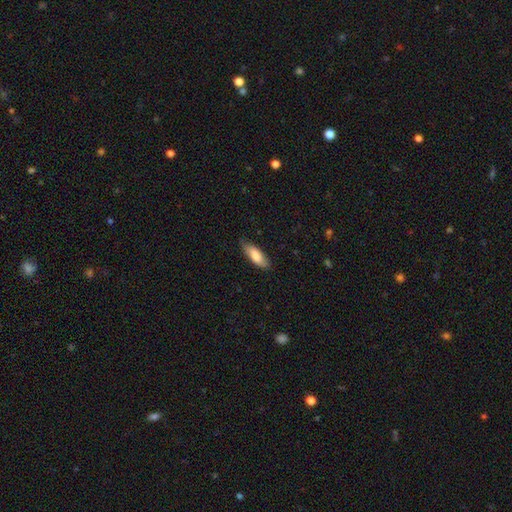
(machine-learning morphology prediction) This appears to be a smooth galaxy with no disk features (81%) that is in between round and cigar-shaped (65%). Merging: none (78%).